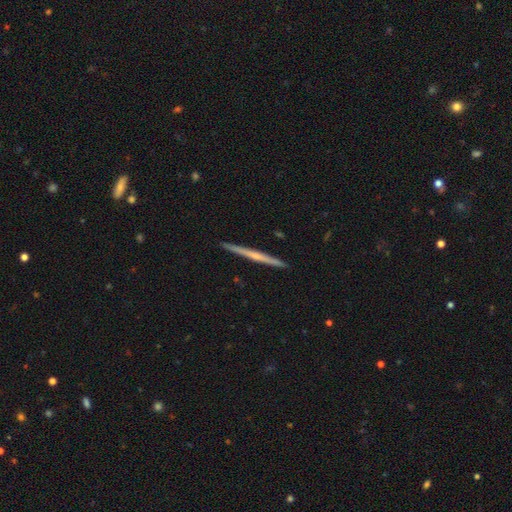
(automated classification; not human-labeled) This is likely a featured or disk galaxy (68%). It is clearly viewed edge-on (98%). Edge-on bulge: possibly rounded (48%). Merging: clearly none (93%).